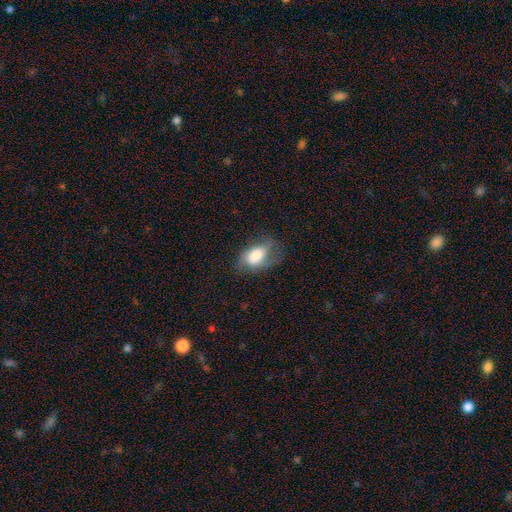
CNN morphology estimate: This appears to be a smooth galaxy with no disk features (65%) that is in between round and cigar-shaped (89%). Merging: none (46%).